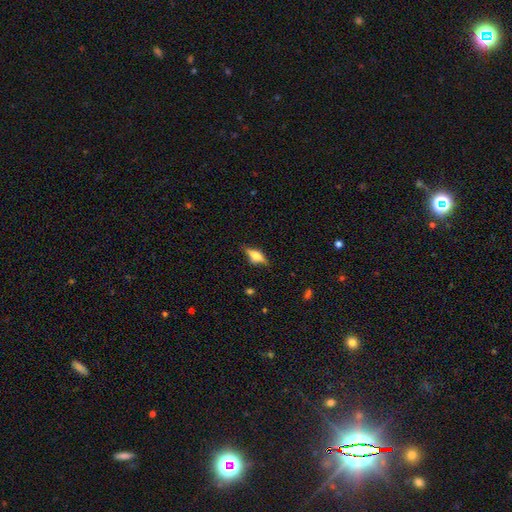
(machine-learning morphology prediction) This appears to be a featured or disk galaxy (50%) viewed edge-on (92%). Merging: none (77%).